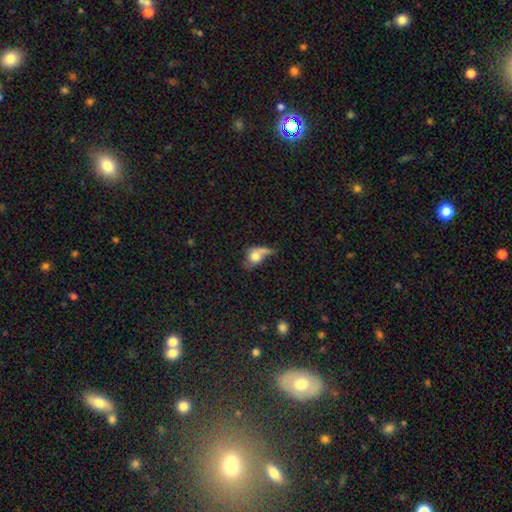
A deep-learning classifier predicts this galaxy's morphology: A smooth galaxy with no disk features (62%) that is in between round and cigar-shaped (51%). Merging: major disturbance (35%).